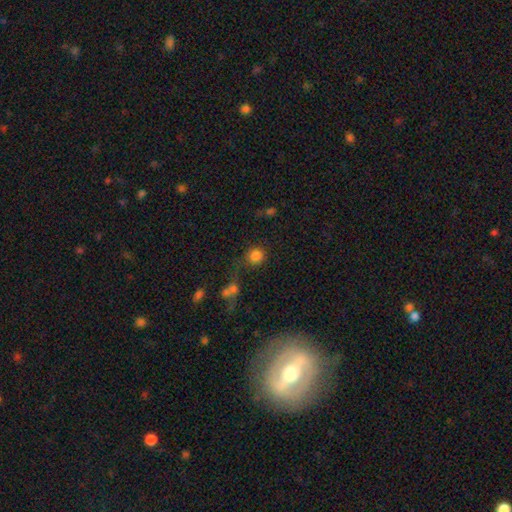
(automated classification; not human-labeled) Smooth or featured? smooth (81%)
How rounded? round (89%)
Merging? none (66%)